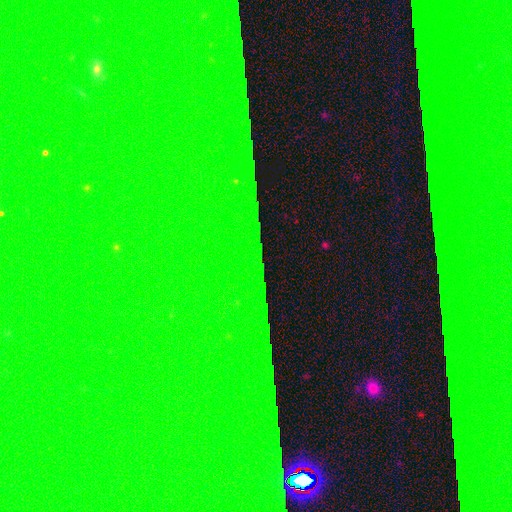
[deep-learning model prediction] star or artifact 86%, featured or disk 8%, smooth 6%.